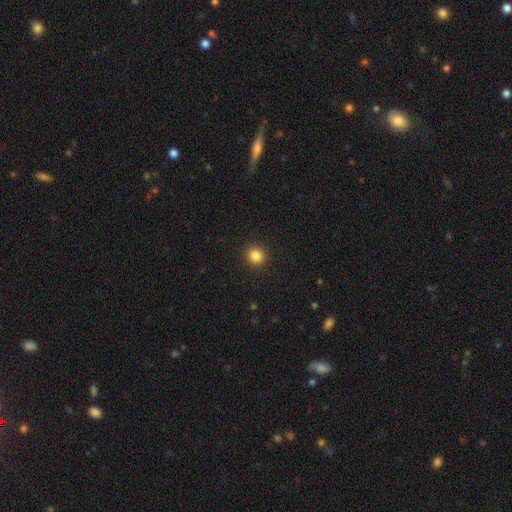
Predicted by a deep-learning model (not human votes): Smooth or featured?
  - smooth: 85% *
  - star or artifact: 11%
  - featured or disk: 4%
How rounded?
  - round: 92% *
  - in between: 7%
  - cigar-shaped: 1%
Merging?
  - none: 93% *
  - minor disturbance: 5%
  - major disturbance: 2%
  - merger: 1%